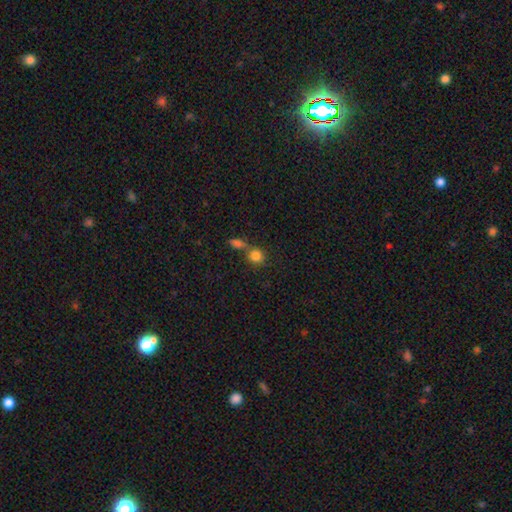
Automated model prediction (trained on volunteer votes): Overall: smooth (82%). How rounded: round (84%). Merging: none (49%; merger 38%).